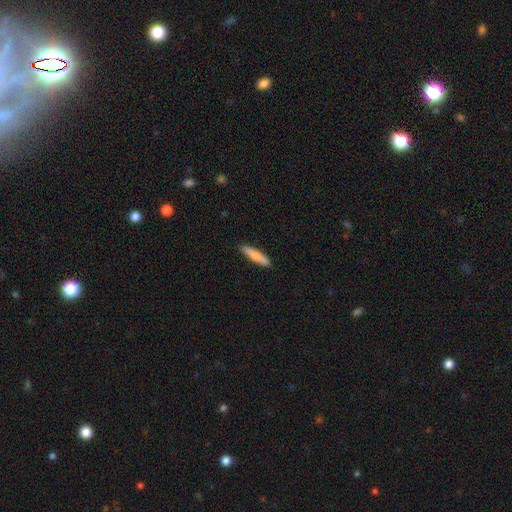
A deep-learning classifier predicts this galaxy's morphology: smooth_or_featured: smooth (p=0.80) [alt: featured or disk p=0.15]
how_rounded: cigar-shaped (p=0.87) [alt: in between p=0.12]
merging: none (p=0.89) [alt: minor disturbance p=0.08]